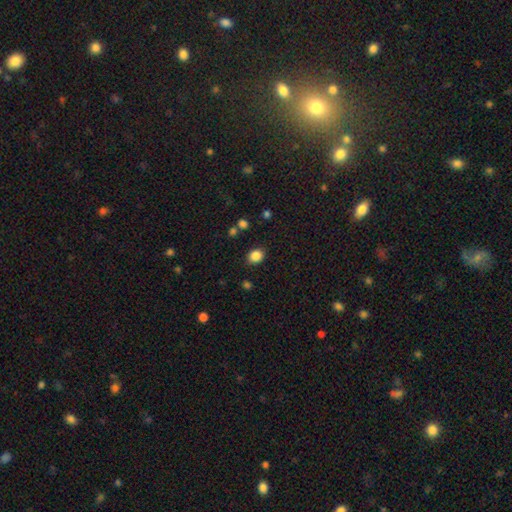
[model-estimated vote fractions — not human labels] The model was most divided on "how rounded": round: 56%, in between: 43%, cigar-shaped: 1%. More confident: smooth or featured — smooth (86%); merging — none (85%).